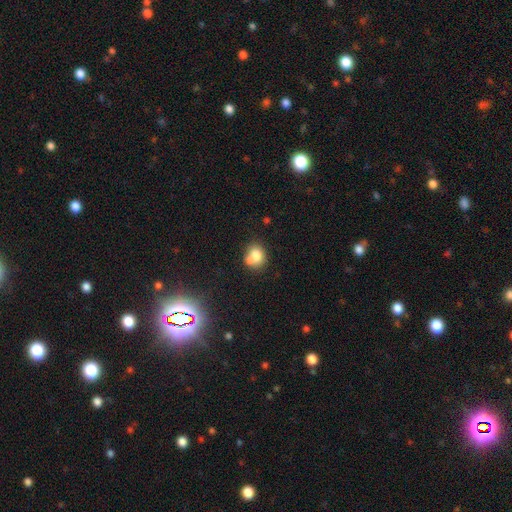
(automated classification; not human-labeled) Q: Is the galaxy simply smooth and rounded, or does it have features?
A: smooth — 76%.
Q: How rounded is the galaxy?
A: round — 67%.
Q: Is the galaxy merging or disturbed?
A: none — 49%.